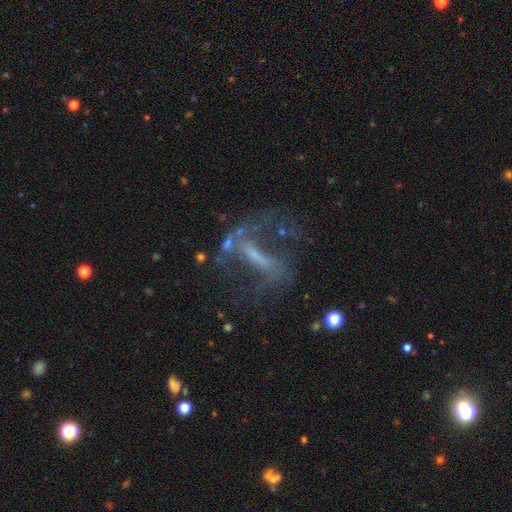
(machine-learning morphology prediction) featured or disk 74%, star or artifact 14%, smooth 12%. Down the decision tree: edge-on disk — no (88%); bar — strong (58%); spiral arms — yes (73%); bulge size — none (42%); merging — none (49%).